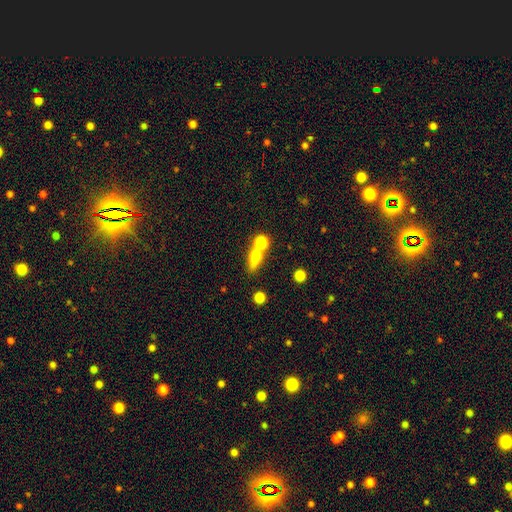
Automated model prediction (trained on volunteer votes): Smooth or featured: smooth — 67% (featured or disk — 22%)
How rounded: in between — 45% (cigar-shaped — 28%)
Merging: merger — 49% (none — 37%)